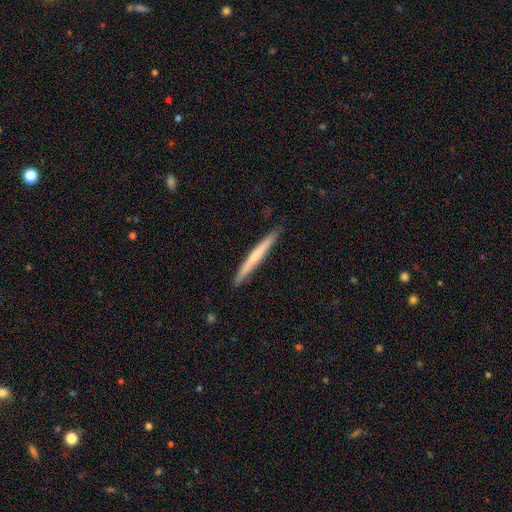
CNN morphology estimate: Smooth or featured? Predicted: smooth (p=0.54). How rounded? Predicted: cigar-shaped (p=0.97). Merging? Predicted: none (p=0.89).